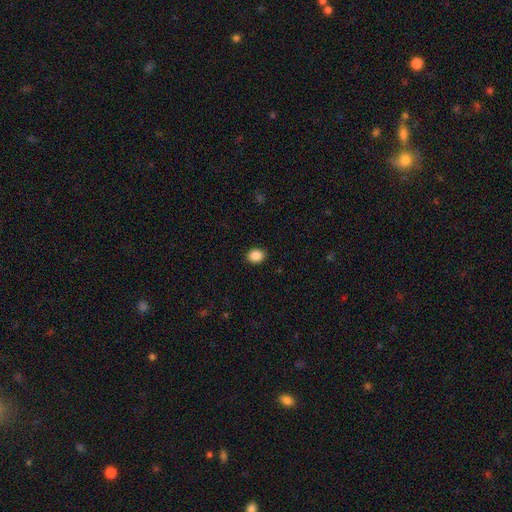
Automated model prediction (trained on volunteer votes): Morphology: type=smooth (88%); roundness=round (56%); merging=none (91%).